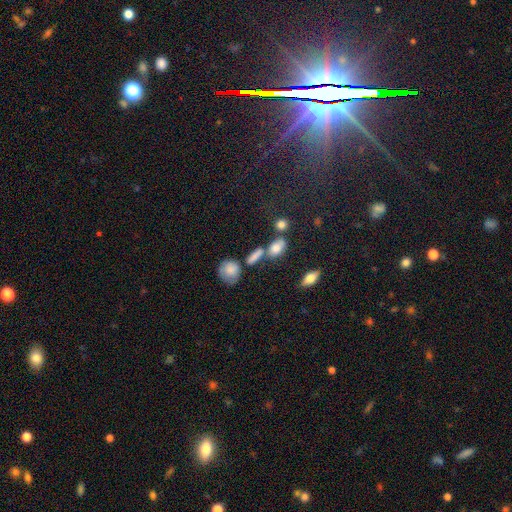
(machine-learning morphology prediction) A smooth galaxy with no disk features (74%) that is in between round and cigar-shaped (57%).

Vote fractions:
- Smooth or featured? smooth: 74% / featured or disk: 14% / star or artifact: 12%
- How rounded? in between: 57% / cigar-shaped: 23% / round: 21%
- Merging? none: 52% / merger: 25% / minor disturbance: 16% / major disturbance: 8%